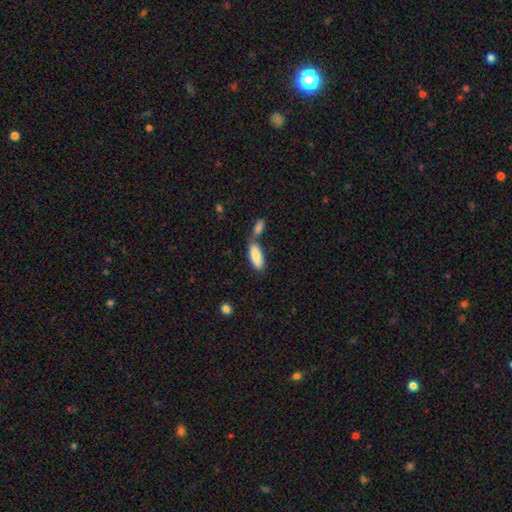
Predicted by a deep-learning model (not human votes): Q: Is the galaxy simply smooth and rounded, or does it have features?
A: smooth — 84%.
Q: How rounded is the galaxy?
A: in between — 78%.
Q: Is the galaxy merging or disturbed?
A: none — 50%.